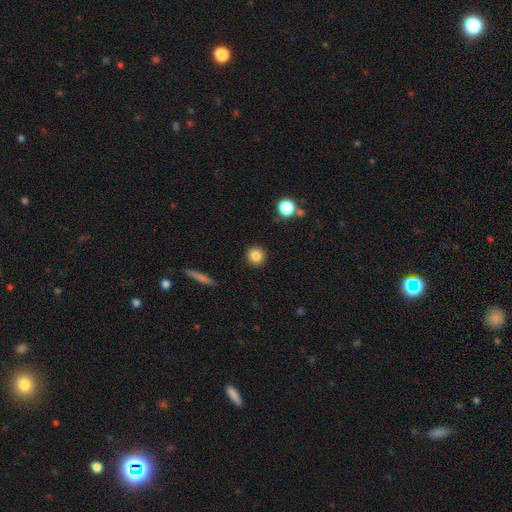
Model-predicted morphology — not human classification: Smooth or featured?
  - smooth: 84% *
  - star or artifact: 10%
  - featured or disk: 7%
How rounded?
  - round: 92% *
  - in between: 7%
  - cigar-shaped: 1%
Merging?
  - none: 92% *
  - minor disturbance: 5%
  - major disturbance: 2%
  - merger: 1%